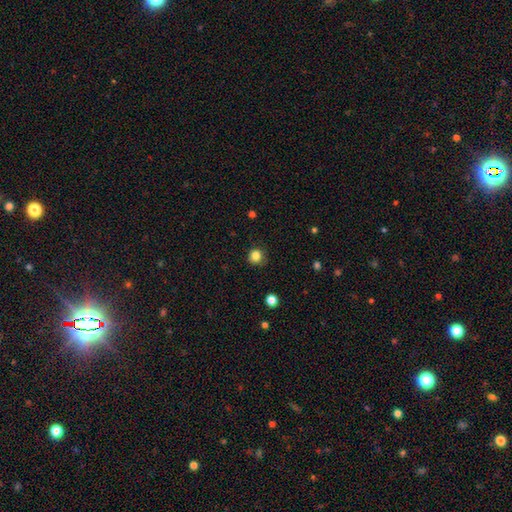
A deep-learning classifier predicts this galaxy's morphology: Smooth or featured? Predicted: smooth (p=0.83). How rounded? Predicted: round (p=0.92). Merging? Predicted: none (p=0.82).